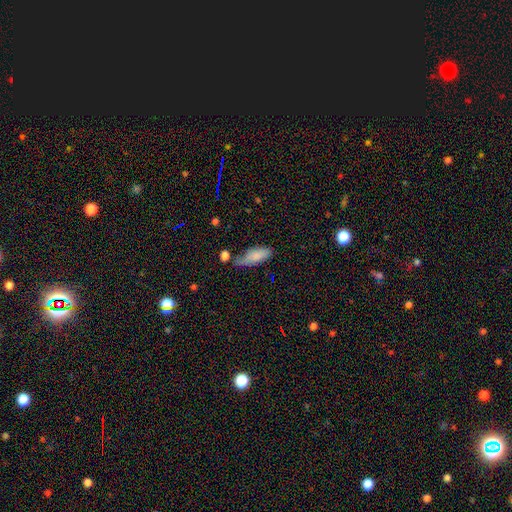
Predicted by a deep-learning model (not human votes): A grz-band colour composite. It shows a smooth galaxy with no disk features (79%) that is in between round and cigar-shaped (73%). Merging: none (46%).